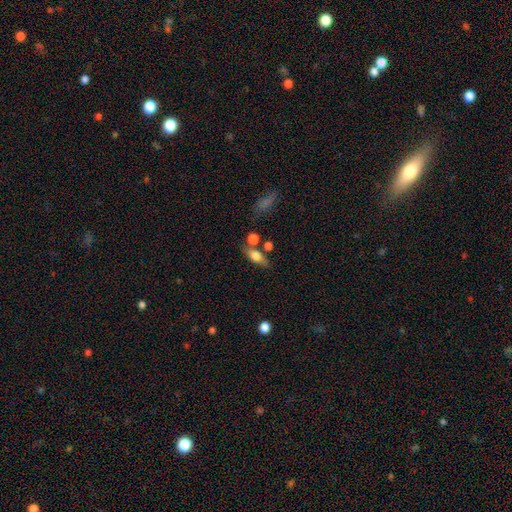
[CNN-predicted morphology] smooth 67%, featured or disk 25%, star or artifact 9%. Down the decision tree: how rounded — in between (69%); merging — none (63%).